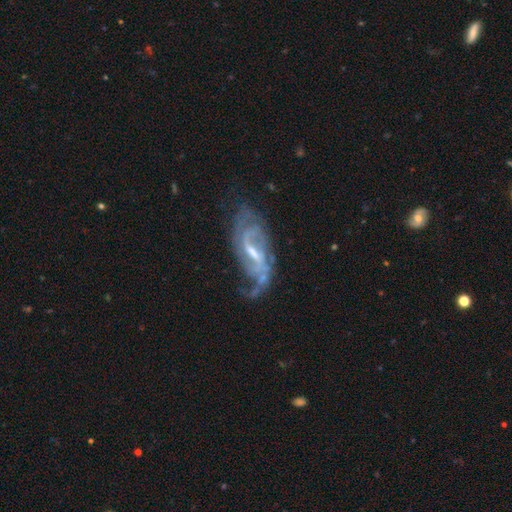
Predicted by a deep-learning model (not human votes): Morphology: type=featured or disk (88%); edge-on=no (94%); bar=weak (52%); spiral arms=yes (95%); winding=medium (47%); arm count=2 (65%); bulge=small (50%); merging=none (58%).